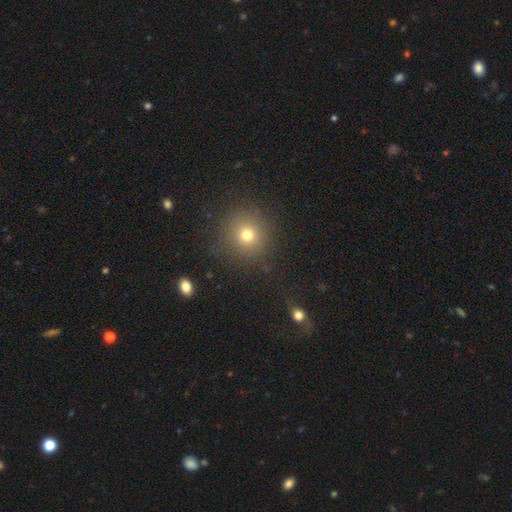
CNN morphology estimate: Smooth or featured? smooth (54%)
How rounded? round (94%)
Merging? none (88%)